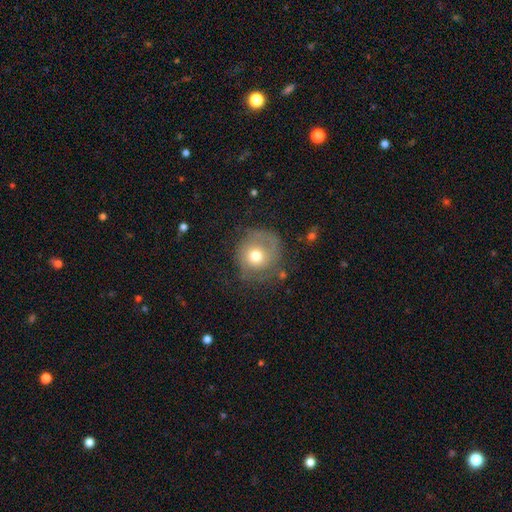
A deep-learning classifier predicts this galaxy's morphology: Smooth or featured?
  - smooth: 58% *
  - featured or disk: 32%
  - star or artifact: 10%
How rounded?
  - round: 88% *
  - in between: 11%
  - cigar-shaped: 1%
Merging?
  - none: 59% *
  - minor disturbance: 23%
  - major disturbance: 15%
  - merger: 2%